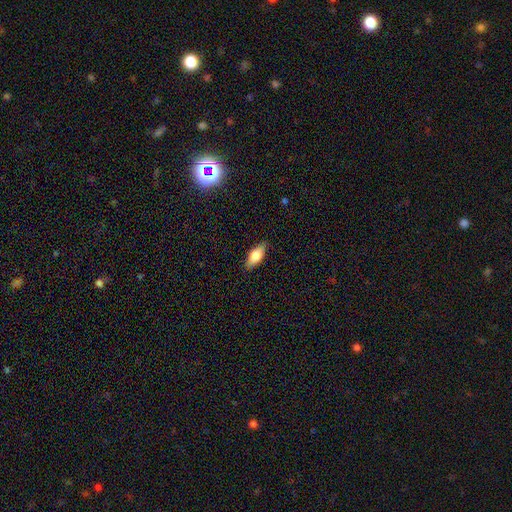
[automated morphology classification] A smooth galaxy with no disk features (74%) that is in between round and cigar-shaped (79%). Merging: none (87%).